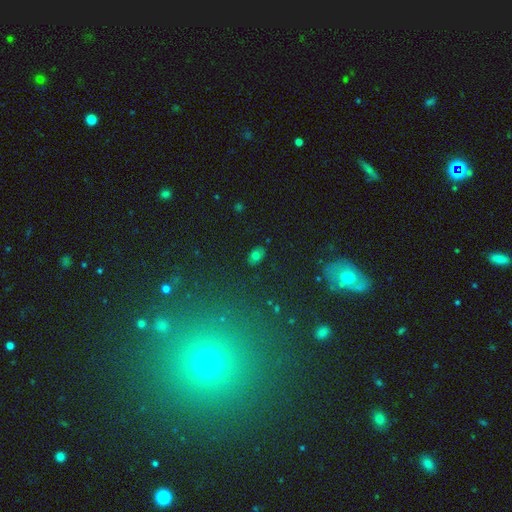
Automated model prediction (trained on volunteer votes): A smooth galaxy with no disk features (71%) that is in between round and cigar-shaped (83%).

Vote fractions:
- Smooth or featured? smooth: 71% / star or artifact: 16% / featured or disk: 12%
- How rounded? in between: 83% / round: 16% / cigar-shaped: 2%
- Merging? none: 85% / minor disturbance: 10% / major disturbance: 3% / merger: 2%